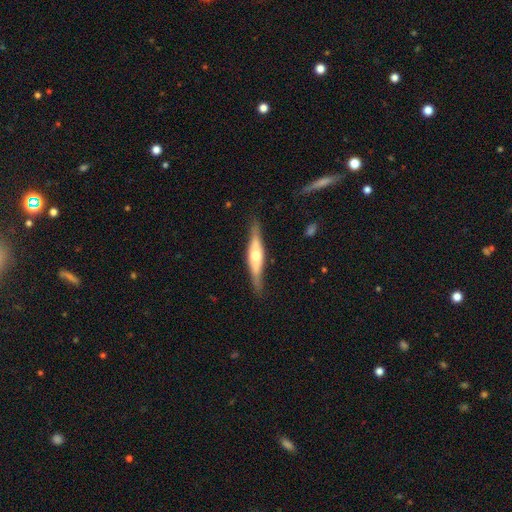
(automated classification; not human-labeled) smooth_or_featured: featured or disk (p=0.68) [alt: smooth p=0.27]
disk_edge_on: yes (p=0.94) [alt: no p=0.06]
edge_on_bulge: rounded (p=0.85) [alt: boxy p=0.11]
merging: none (p=0.85) [alt: minor disturbance p=0.11]